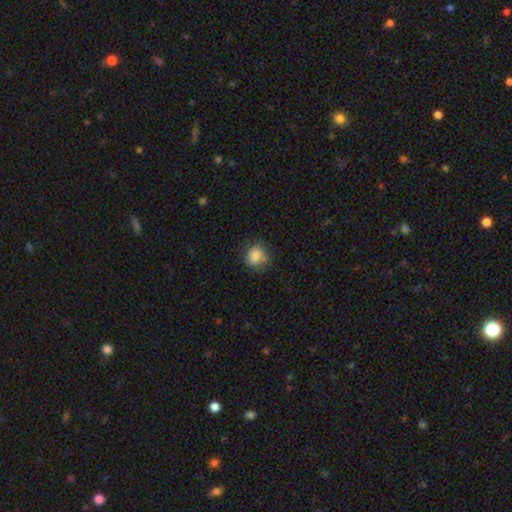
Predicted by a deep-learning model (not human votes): The model was most divided on "how rounded": round: 66%, in between: 33%, cigar-shaped: 1%. More confident: smooth or featured — smooth (82%); merging — none (65%).